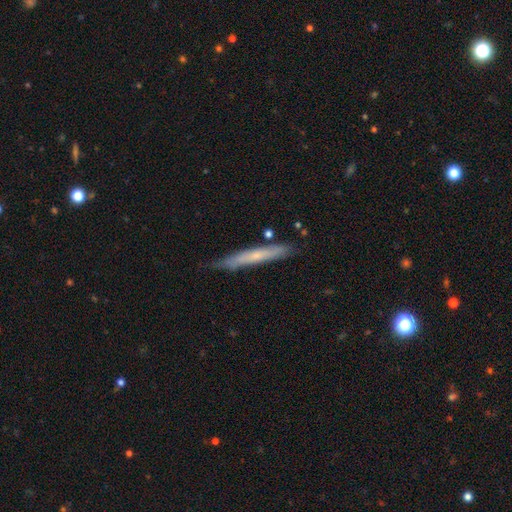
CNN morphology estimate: The model was most divided on "smooth or featured": smooth: 50%, featured or disk: 44%, star or artifact: 6%. More confident: merging — none (77%).